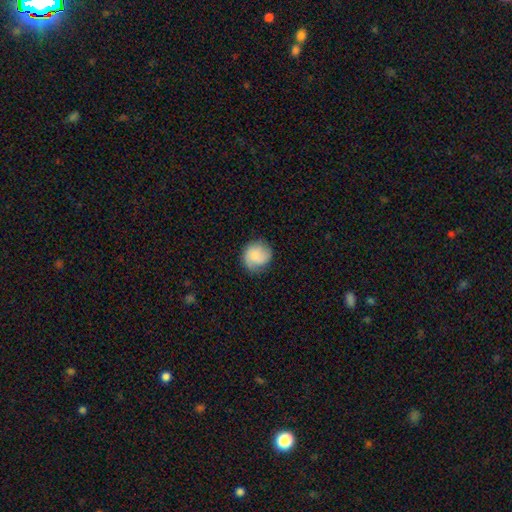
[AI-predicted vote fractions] Morphology: type=smooth (75%); roundness=round (87%); merging=none (74%).